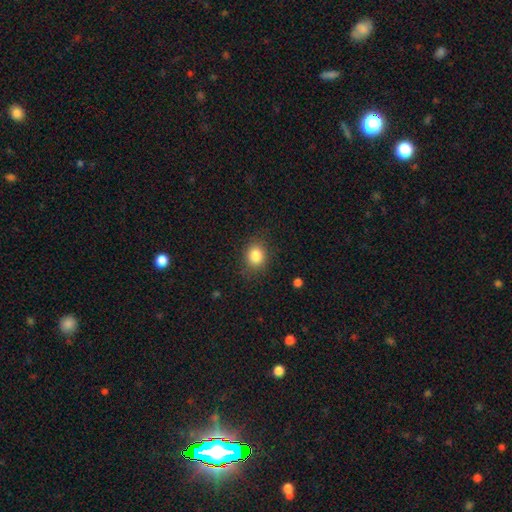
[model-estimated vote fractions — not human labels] Overall: smooth (84%). How rounded: round (64%; in between 35%). Merging: none (84%).